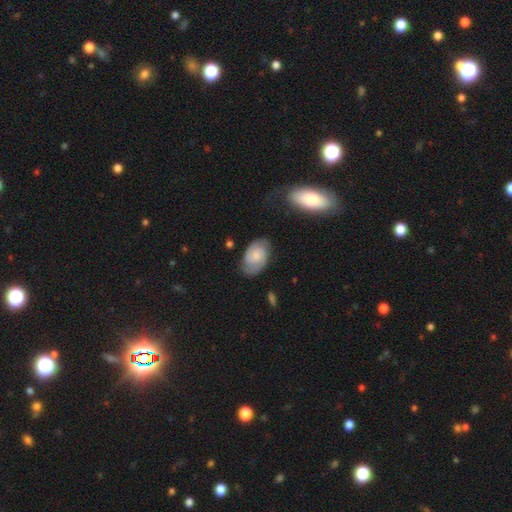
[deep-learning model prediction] Smooth or featured: featured or disk — 60% (smooth — 33%)
Edge-on disk: no — 96% (yes — 4%)
Bar: no — 67% (weak — 29%)
Spiral arms: yes — 91% (no — 9%)
Spiral winding: tight — 49% (medium — 39%)
Spiral arm count: 2 — 79% (can't tell — 13%)
Bulge size: small — 44% (moderate — 32%)
Merging: none — 76% (minor disturbance — 17%)